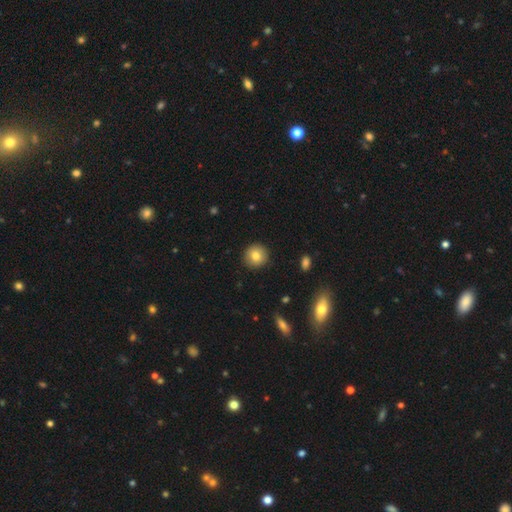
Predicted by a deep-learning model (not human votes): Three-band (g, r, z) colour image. It shows a smooth galaxy with no disk features (81%) that is round (93%). Merging: none (91%).